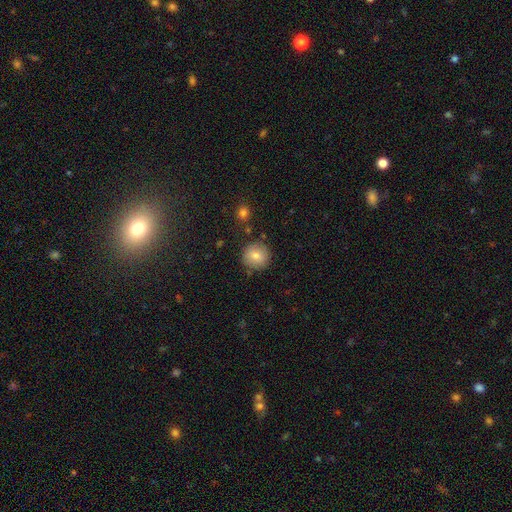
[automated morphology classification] Smooth or featured? Predicted: smooth (p=0.80). How rounded? Predicted: round (p=0.93). Merging? Predicted: none (p=0.86).